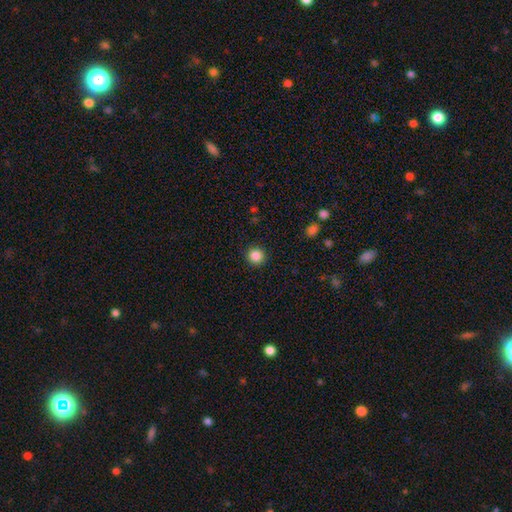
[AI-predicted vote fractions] smooth 86%, star or artifact 11%, featured or disk 3%. Down the decision tree: how rounded — round (93%); merging — none (91%).